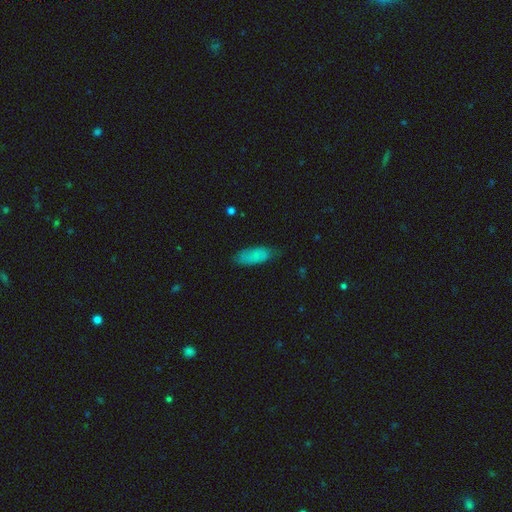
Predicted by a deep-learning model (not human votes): Q: Smooth or featured?
A: smooth (82%); runner-up: featured or disk (11%)
Q: How rounded?
A: in between (79%); runner-up: cigar-shaped (19%)
Q: Merging?
A: none (70%); runner-up: minor disturbance (23%)